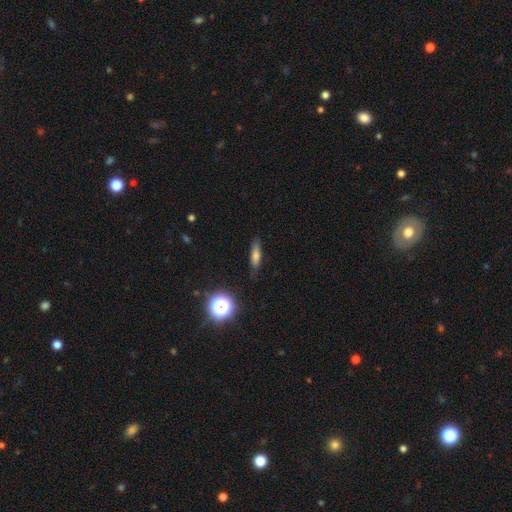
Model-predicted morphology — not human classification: Q: Smooth or featured?
A: smooth (66%); runner-up: featured or disk (21%)
Q: How rounded?
A: cigar-shaped (64%); runner-up: in between (30%)
Q: Merging?
A: none (82%); runner-up: minor disturbance (13%)